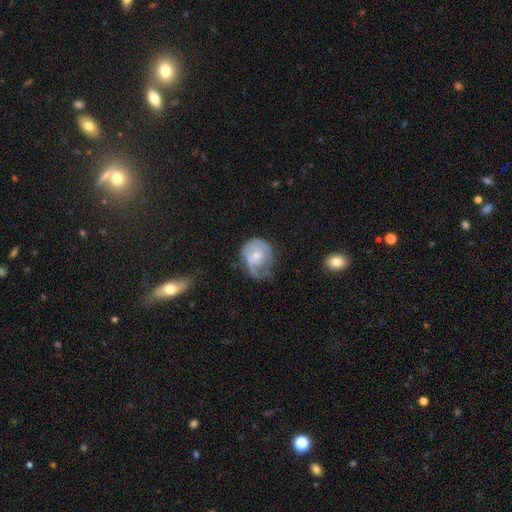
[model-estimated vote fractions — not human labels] Smooth or featured?
  - featured or disk: 63% *
  - smooth: 31%
  - star or artifact: 6%
Edge-on disk?
  - no: 98% *
  - yes: 2%
Bar?
  - no: 70% *
  - weak: 26%
  - strong: 4%
Spiral arms?
  - yes: 78% *
  - no: 22%
Bulge size?
  - moderate: 49% *
  - small: 42%
  - none: 4%
  - large: 4%
  - dominant: 1%
Merging?
  - none: 42% *
  - minor disturbance: 31%
  - major disturbance: 25%
  - merger: 2%